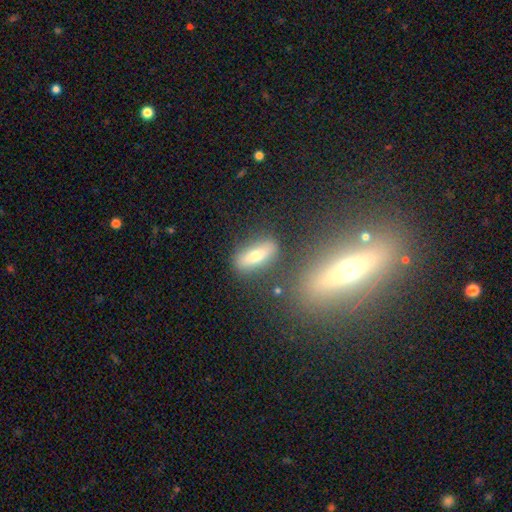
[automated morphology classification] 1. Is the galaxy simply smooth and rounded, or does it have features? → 62% smooth, 28% featured or disk, 10% star or artifact.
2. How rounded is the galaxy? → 62% in between, 33% cigar-shaped, 6% round.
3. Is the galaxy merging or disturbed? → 78% none, 12% minor disturbance, 6% merger, 5% major disturbance.